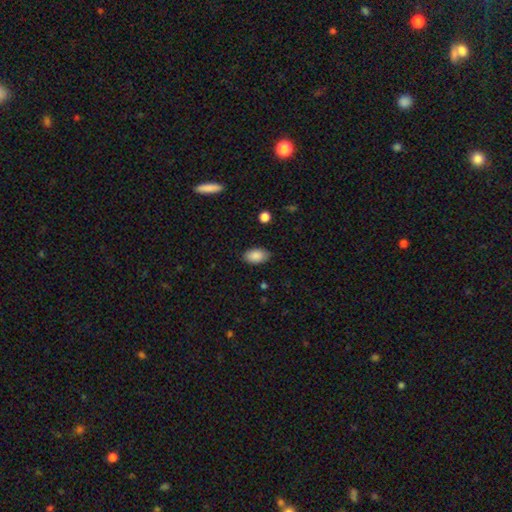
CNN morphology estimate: smooth_or_featured: smooth (p=0.88) [alt: star or artifact p=0.07]
how_rounded: in between (p=0.93) [alt: round p=0.05]
merging: none (p=0.85) [alt: minor disturbance p=0.12]